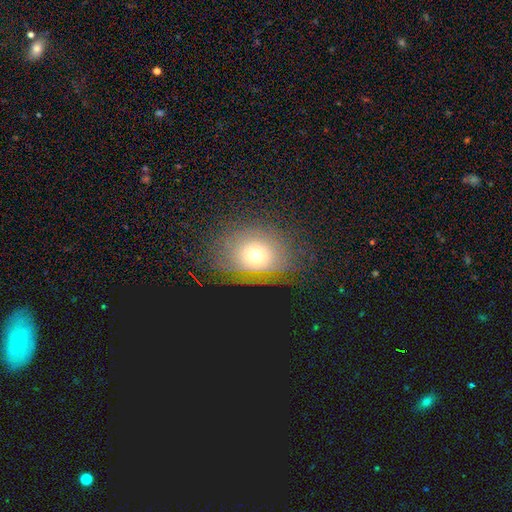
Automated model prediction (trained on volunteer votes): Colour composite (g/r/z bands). It shows a smooth galaxy with no disk features (49%). Merging: none (71%).